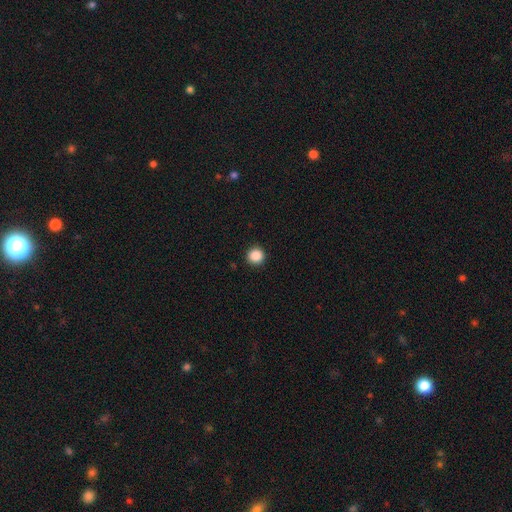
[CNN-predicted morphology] A smooth galaxy with no disk features (88%) that is round (93%). Merging: none (92%).